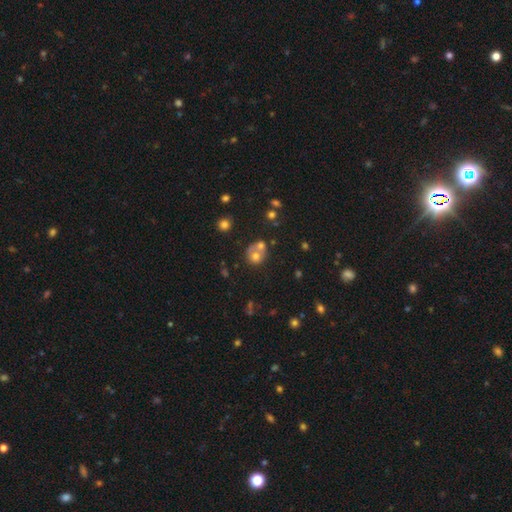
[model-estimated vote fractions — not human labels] This appears to be a smooth galaxy with no disk features (64%) that is round (71%). Merging: merger (51%).